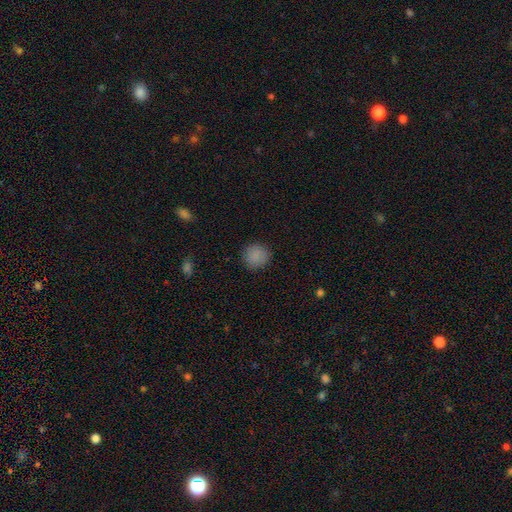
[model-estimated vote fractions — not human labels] smooth 86%, star or artifact 10%, featured or disk 4%. Down the decision tree: how rounded — round (90%); merging — none (87%).